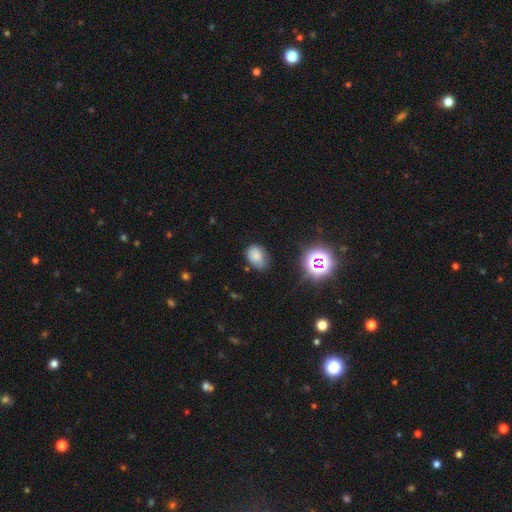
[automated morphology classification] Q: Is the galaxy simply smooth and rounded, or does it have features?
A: smooth — 75%.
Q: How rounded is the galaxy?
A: in between — 75%.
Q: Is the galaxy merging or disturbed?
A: none — 61%.